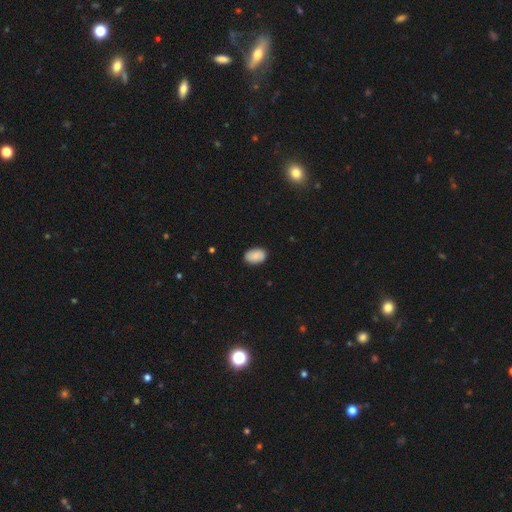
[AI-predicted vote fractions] smooth-or-featured: smooth: 83% | featured or disk: 9% | star or artifact: 7%
  how-rounded: in between: 88% | round: 11% | cigar-shaped: 1%
  merging: none: 85% | minor disturbance: 12% | major disturbance: 2% | merger: 1%